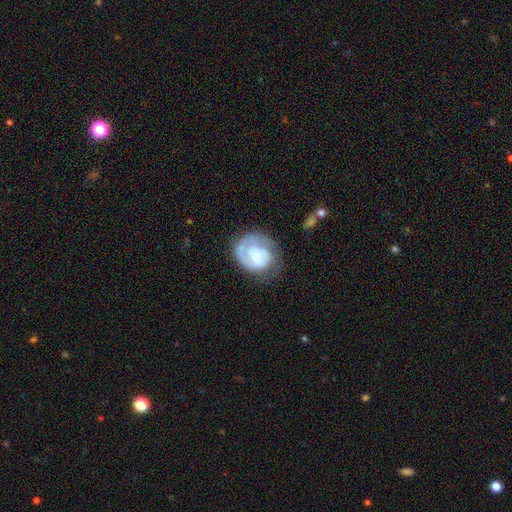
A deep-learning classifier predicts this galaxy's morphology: Smooth or featured: featured or disk — 76% (smooth — 19%)
Edge-on disk: no — 98% (yes — 2%)
Bar: weak — 49% (no — 39%)
Spiral arms: yes — 90% (no — 10%)
Spiral winding: tight — 59% (medium — 30%)
Spiral arm count: 1 — 44% (2 — 36%)
Bulge size: small — 43% (moderate — 42%)
Merging: none — 62% (minor disturbance — 21%)